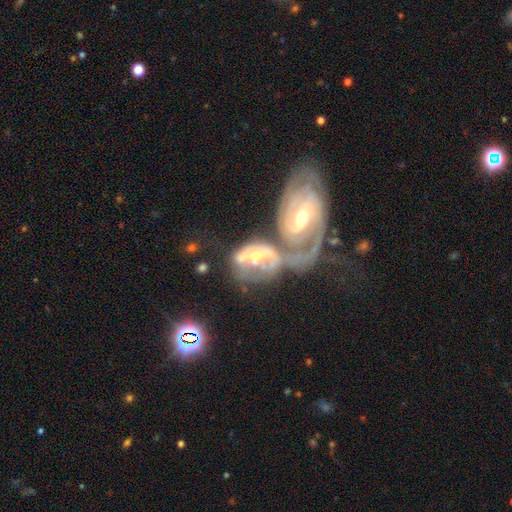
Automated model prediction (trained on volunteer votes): Overall: featured or disk (76%). Edge-on disk: no (96%). Bar: no (51%; weak 33%). Spiral arms: yes (78%). Spiral arm count: 2 (41%; can't tell 33%). Spiral winding: tight (46%; medium 36%). Bulge size: moderate (63%; small 28%). Merging: merger (74%).